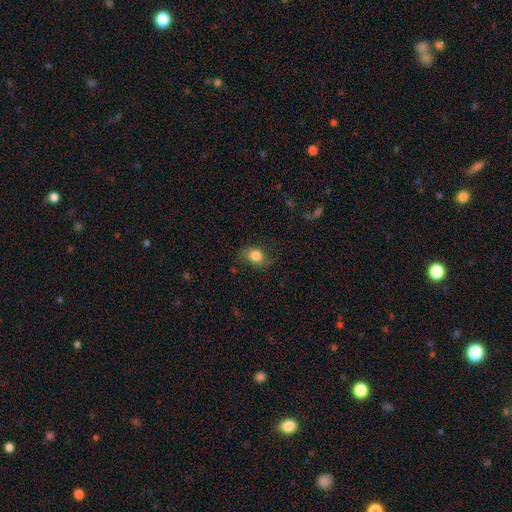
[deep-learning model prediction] A smooth galaxy with no disk features (81%) that is in between round and cigar-shaped (63%). Merging: none (70%).